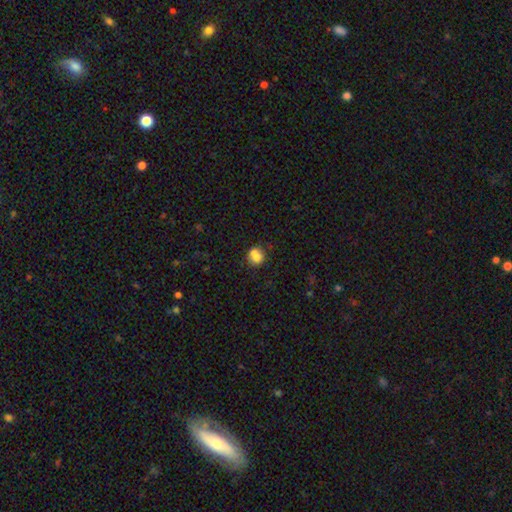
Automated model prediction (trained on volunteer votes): This is likely a smooth galaxy (73%). How rounded: likely round (77%). Merging: possibly merger (46%).